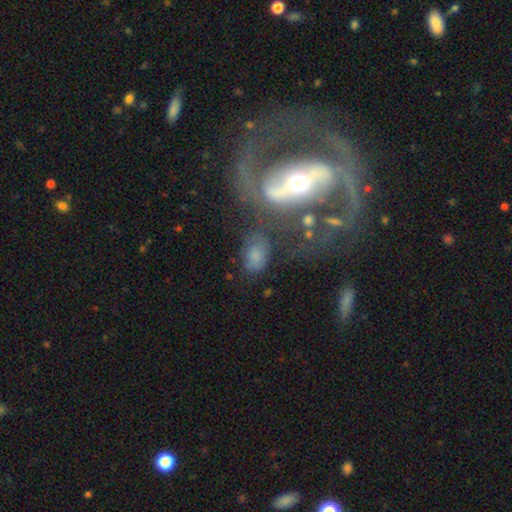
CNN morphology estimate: Smooth or featured: smooth — 62% (featured or disk — 24%)
How rounded: in between — 83% (round — 15%)
Merging: none — 51% (minor disturbance — 20%)